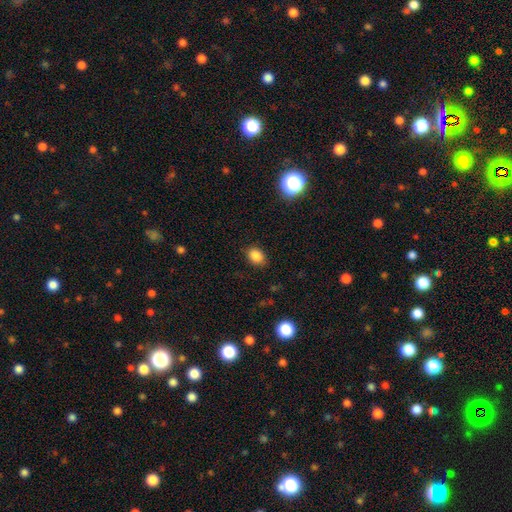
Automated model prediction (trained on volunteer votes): This is clearly a smooth galaxy (85%). How rounded: likely in between (69%). Merging: clearly none (84%).